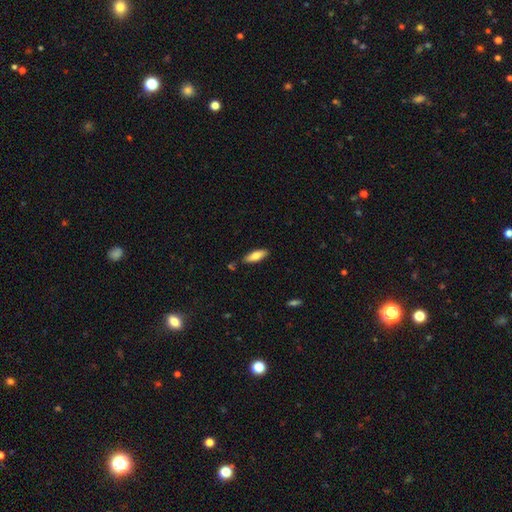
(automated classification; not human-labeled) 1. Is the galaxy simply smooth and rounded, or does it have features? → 73% smooth, 21% featured or disk, 6% star or artifact.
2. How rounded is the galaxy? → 55% in between, 43% cigar-shaped, 2% round.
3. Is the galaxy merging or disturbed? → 82% none, 13% minor disturbance, 3% merger, 2% major disturbance.